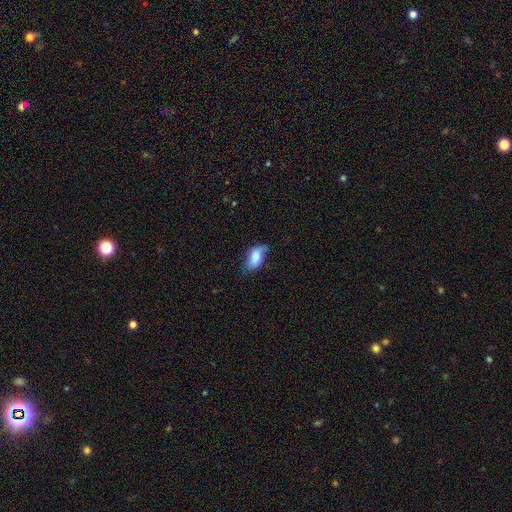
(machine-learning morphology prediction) This is likely a smooth galaxy (74%). How rounded: clearly in between (91%). Merging: possibly none (56%).